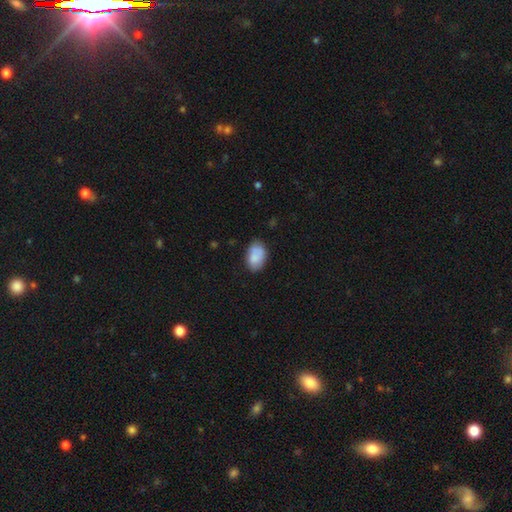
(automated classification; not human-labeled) Q: Smooth or featured?
A: smooth (85%); runner-up: featured or disk (8%)
Q: How rounded?
A: in between (90%); runner-up: round (9%)
Q: Merging?
A: none (73%); runner-up: minor disturbance (20%)